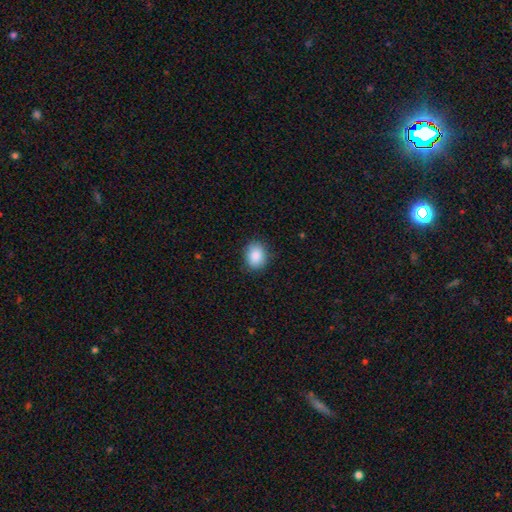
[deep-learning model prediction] A smooth galaxy with no disk features (88%) that is in between round and cigar-shaped (54%). Merging: none (85%).